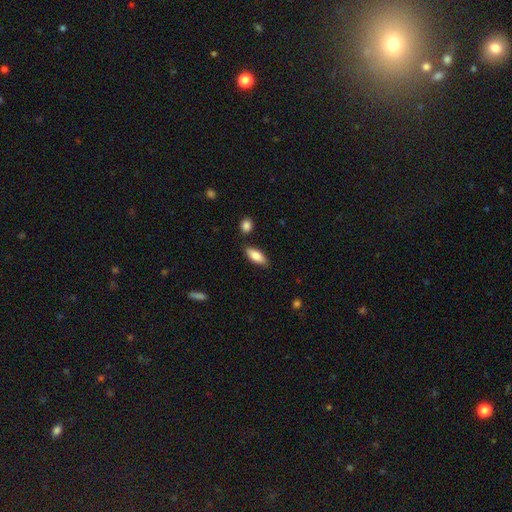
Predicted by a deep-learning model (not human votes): smooth 83%, featured or disk 11%, star or artifact 6%. Down the decision tree: how rounded — in between (79%); merging — none (82%).